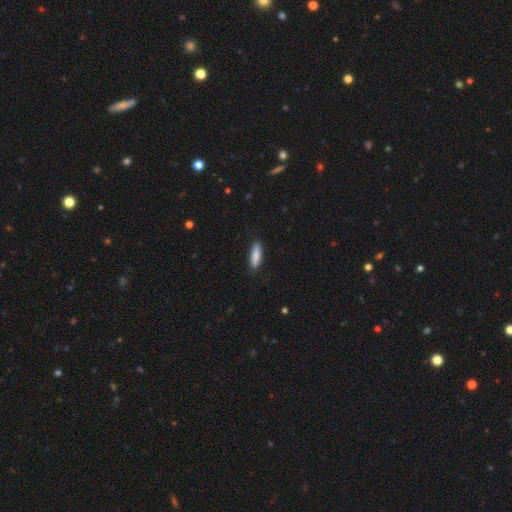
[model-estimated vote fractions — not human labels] smooth 85%, featured or disk 10%, star or artifact 6%. Down the decision tree: how rounded — cigar-shaped (63%); merging — none (89%).